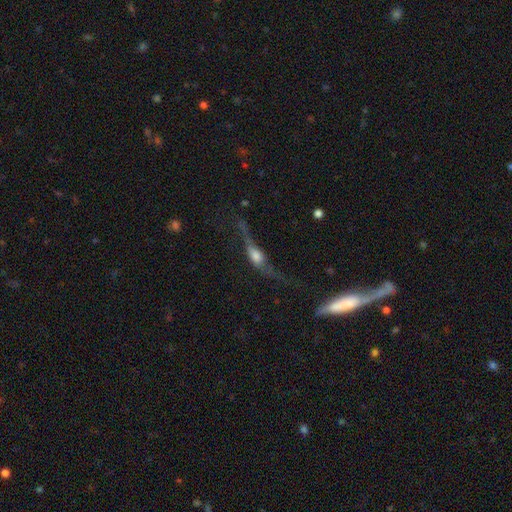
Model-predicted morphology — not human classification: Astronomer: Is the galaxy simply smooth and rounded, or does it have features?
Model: featured or disk — 61%.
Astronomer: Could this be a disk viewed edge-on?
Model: yes — 72%.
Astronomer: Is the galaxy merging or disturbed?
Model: none — 38% (runner-up: major disturbance, 36%).